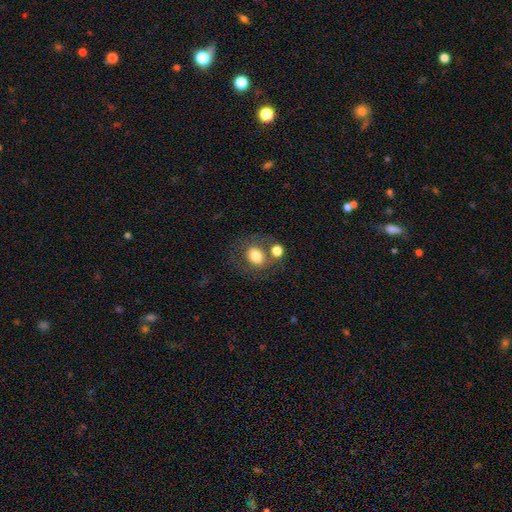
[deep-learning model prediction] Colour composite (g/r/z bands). It shows a smooth galaxy with no disk features (73%) that is round (64%). Merging: none (58%).